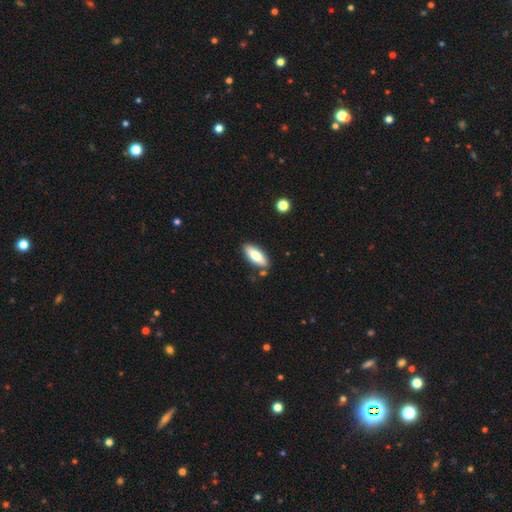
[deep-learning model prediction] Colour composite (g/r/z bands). It shows a smooth galaxy with no disk features (74%) that is in between round and cigar-shaped (67%). Merging: none (83%).